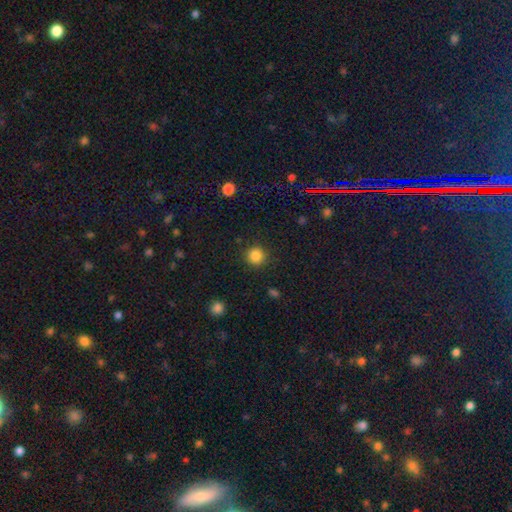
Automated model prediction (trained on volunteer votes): This appears to be a smooth galaxy with no disk features (84%) that is round (92%). Merging: none (88%).